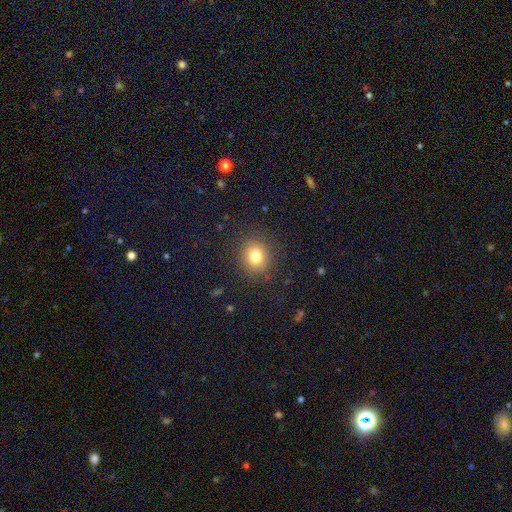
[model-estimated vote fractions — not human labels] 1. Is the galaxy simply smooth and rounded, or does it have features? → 74% smooth, 20% star or artifact, 6% featured or disk.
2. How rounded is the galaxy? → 85% round, 14% in between, 1% cigar-shaped.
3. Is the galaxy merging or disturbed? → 91% none, 6% minor disturbance, 2% major disturbance, 1% merger.